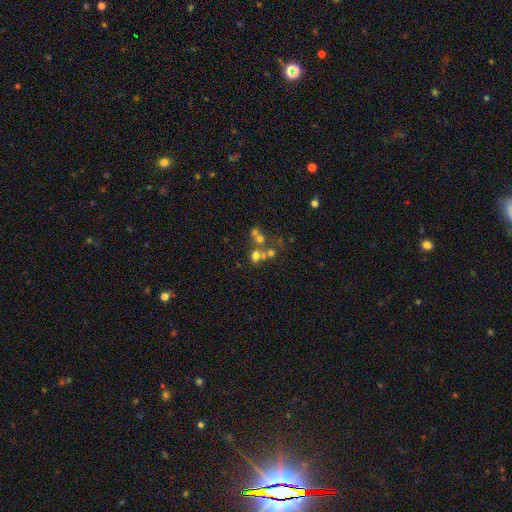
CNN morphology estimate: Smooth or featured? Predicted: smooth (p=0.51). How rounded? Predicted: round (p=0.77). Merging? Predicted: merger (p=0.47).